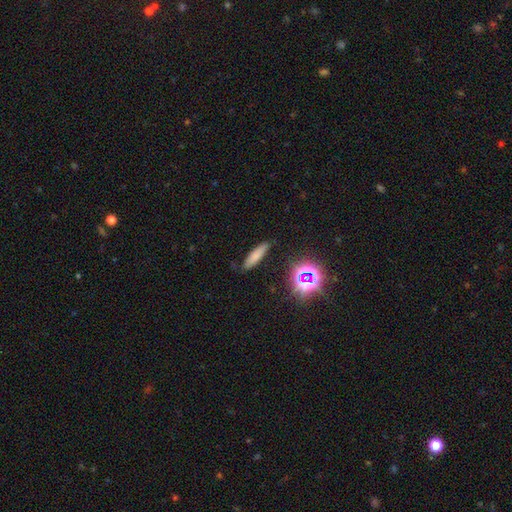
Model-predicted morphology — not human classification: type=smooth (72%); roundness=cigar-shaped (73%); merging=none (84%).